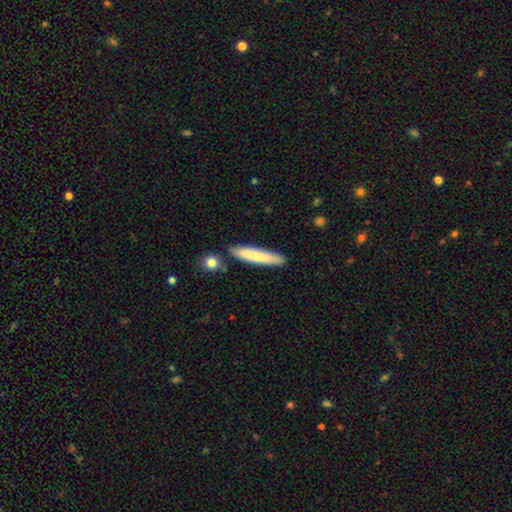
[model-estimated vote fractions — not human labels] Smooth or featured? Predicted: smooth (p=0.78). How rounded? Predicted: cigar-shaped (p=0.90). Merging? Predicted: none (p=0.84).